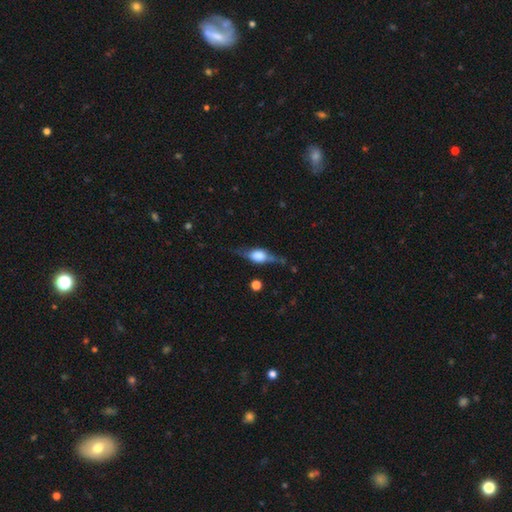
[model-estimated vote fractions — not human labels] smooth-or-featured: featured or disk: 70% | smooth: 22% | star or artifact: 8%
  disk-edge-on: yes: 93% | no: 7%
    edge-on-bulge: rounded: 87% | boxy: 12% | none: 2%
  merging: none: 73% | minor disturbance: 18% | major disturbance: 7% | merger: 2%